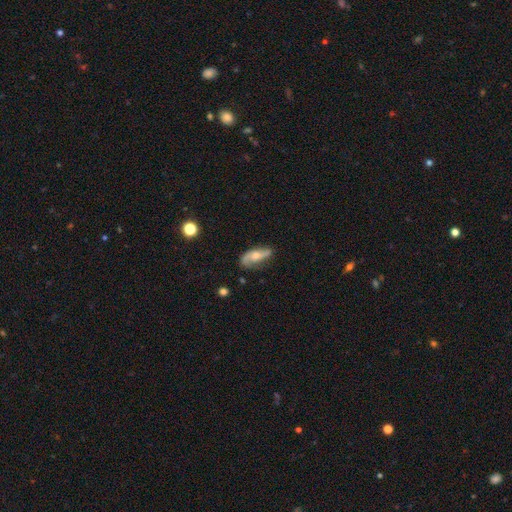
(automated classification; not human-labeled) featured or disk 63%, smooth 29%, star or artifact 7%. Down the decision tree: edge-on disk — no (87%); bar — no (62%); spiral arms — yes (89%); bulge size — moderate (52%); merging — none (61%).